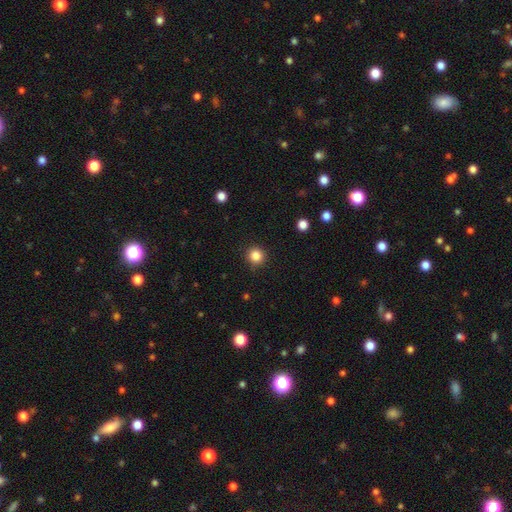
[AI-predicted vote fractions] This is clearly a smooth galaxy (85%). How rounded: clearly round (95%). Merging: clearly none (91%).